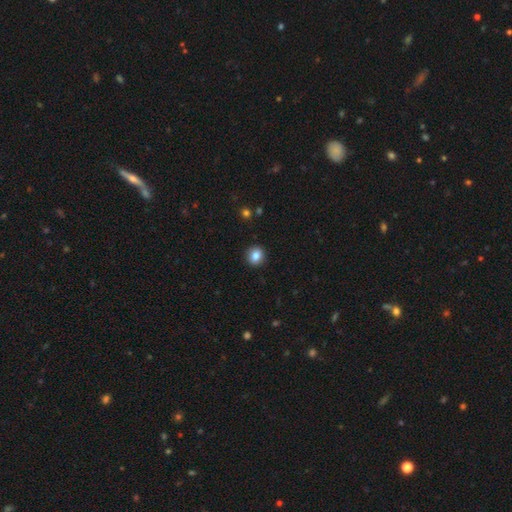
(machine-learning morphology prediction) smooth_or_featured: smooth (p=0.85) [alt: star or artifact p=0.10]
how_rounded: round (p=0.82) [alt: in between p=0.17]
merging: none (p=0.92) [alt: minor disturbance p=0.05]